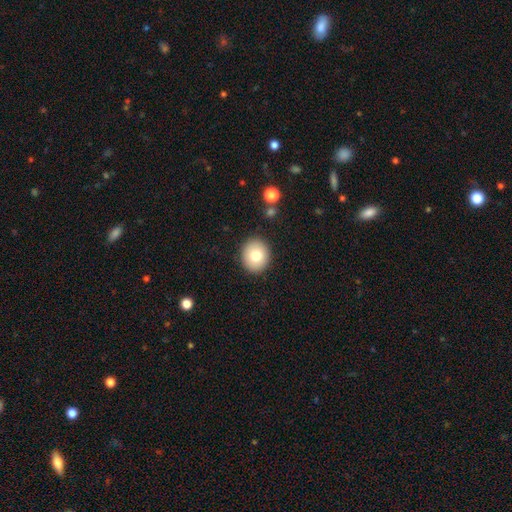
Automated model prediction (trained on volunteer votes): Smooth or featured? Predicted: smooth (p=0.76). How rounded? Predicted: round (p=0.80). Merging? Predicted: none (p=0.90).